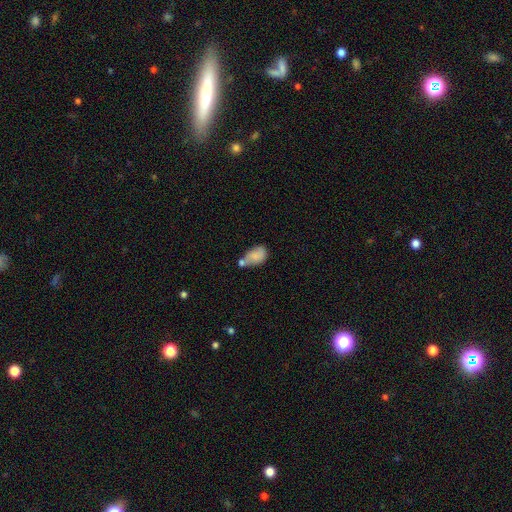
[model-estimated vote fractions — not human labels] smooth_or_featured: smooth (p=0.77) [alt: featured or disk p=0.14]
how_rounded: in between (p=0.87) [alt: round p=0.11]
merging: merger (p=0.37) [alt: none p=0.31]